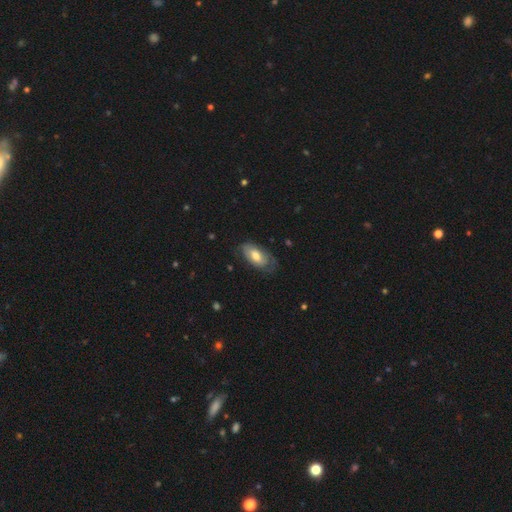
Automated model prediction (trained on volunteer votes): This is possibly a smooth galaxy (51%). How rounded: clearly in between (92%). Merging: likely none (64%).